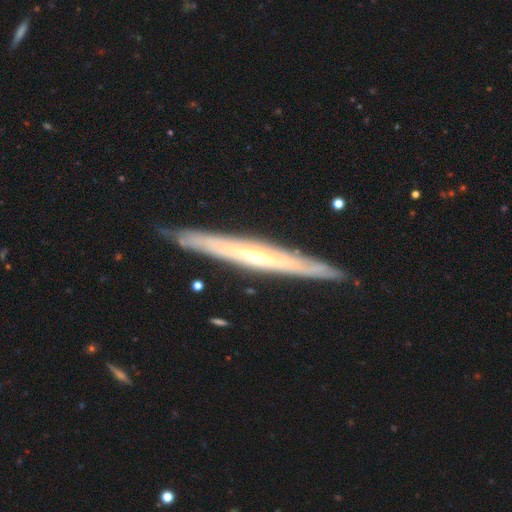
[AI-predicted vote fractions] Q: Smooth or featured?
A: featured or disk (77%); runner-up: smooth (18%)
Q: Edge-on disk?
A: yes (85%); runner-up: no (15%)
Q: Edge-on bulge?
A: rounded (52%); runner-up: none (45%)
Q: Merging?
A: none (87%); runner-up: minor disturbance (10%)